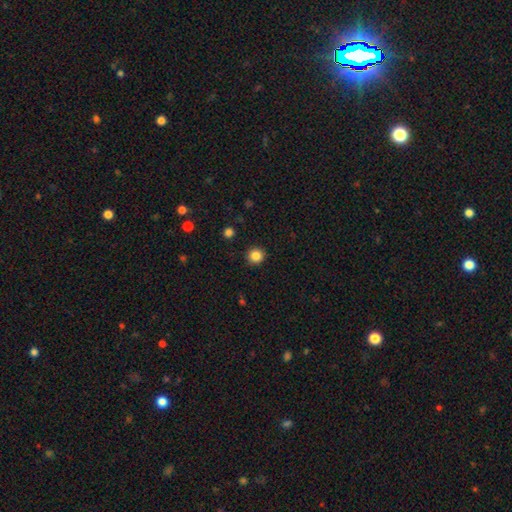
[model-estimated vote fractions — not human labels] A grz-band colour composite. It shows a smooth galaxy with no disk features (84%) that is round (93%). Merging: none (92%).